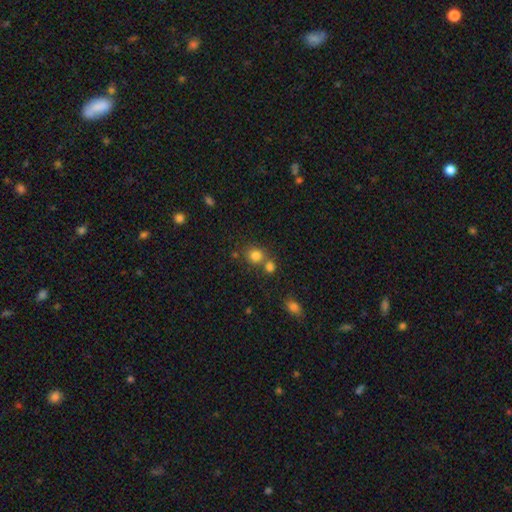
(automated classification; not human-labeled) smooth 80%, star or artifact 13%, featured or disk 7%. Down the decision tree: how rounded — round (79%); merging — none (59%).